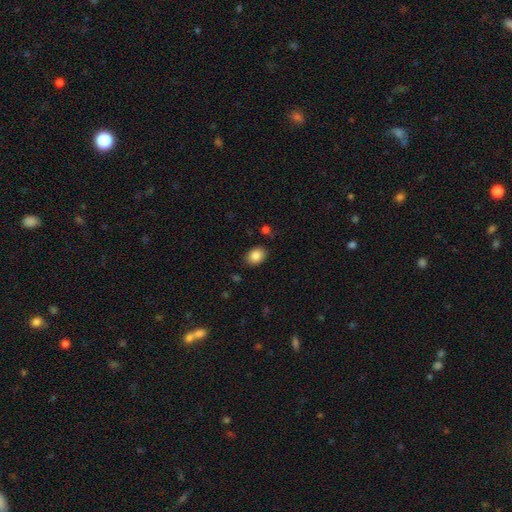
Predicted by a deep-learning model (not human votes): smooth-or-featured: smooth: 86% | star or artifact: 8% | featured or disk: 6%
  how-rounded: in between: 68% | round: 31% | cigar-shaped: 1%
  merging: none: 85% | minor disturbance: 10% | major disturbance: 3% | merger: 2%